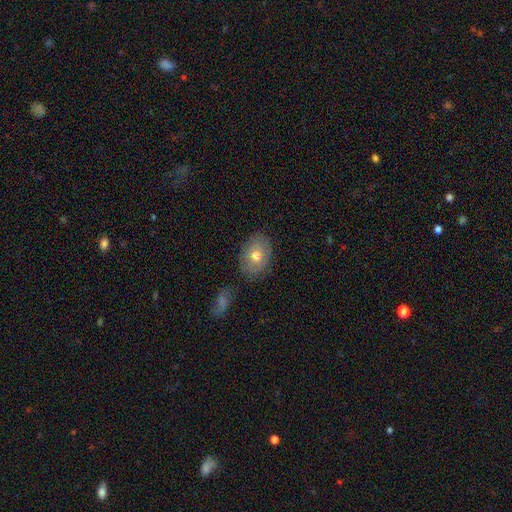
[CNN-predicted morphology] type=smooth (62%); roundness=in between (77%); merging=none (79%).